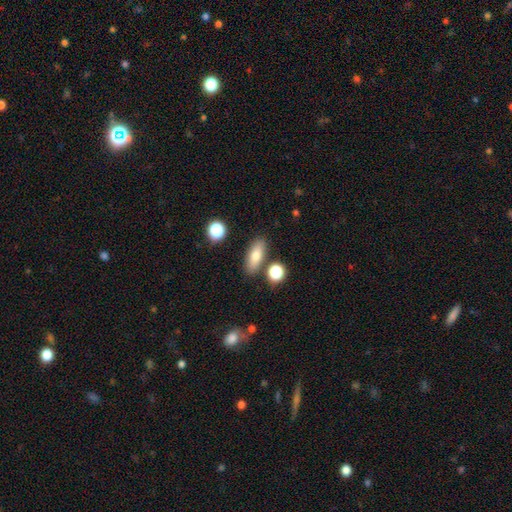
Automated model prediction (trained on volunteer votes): This appears to be a smooth galaxy with no disk features (76%) that is in between round and cigar-shaped (66%). Merging: none (81%).